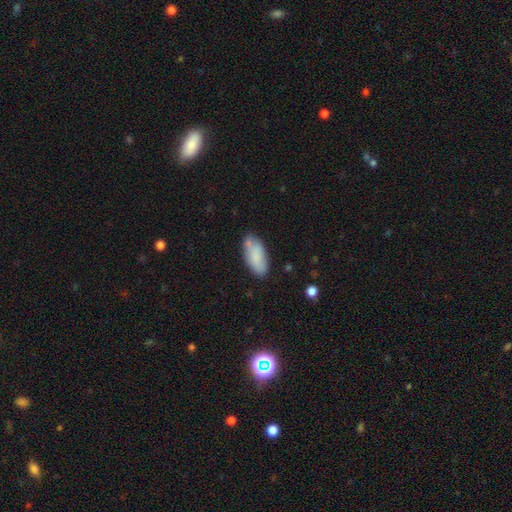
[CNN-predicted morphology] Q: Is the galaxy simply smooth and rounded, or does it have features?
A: smooth — 81%.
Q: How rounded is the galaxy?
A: in between — 89%.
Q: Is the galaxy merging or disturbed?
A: none — 67%.